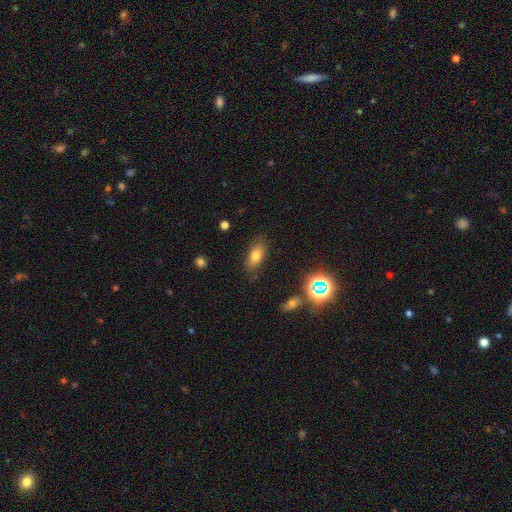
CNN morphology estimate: smooth 75%, star or artifact 13%, featured or disk 12%. Down the decision tree: how rounded — in between (84%); merging — none (80%).